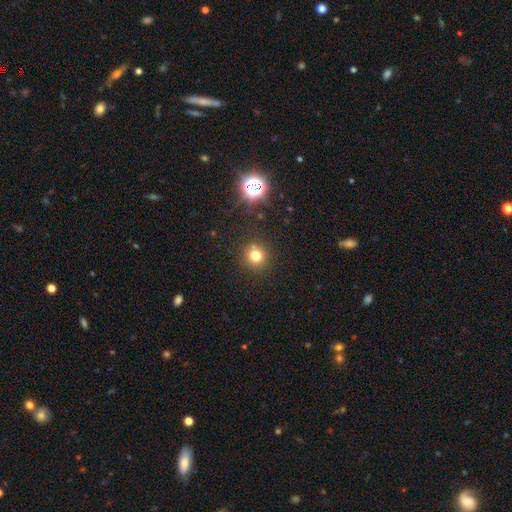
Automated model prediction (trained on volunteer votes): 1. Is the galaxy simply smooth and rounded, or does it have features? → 73% smooth, 19% star or artifact, 8% featured or disk.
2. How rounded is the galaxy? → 93% round, 6% in between, 1% cigar-shaped.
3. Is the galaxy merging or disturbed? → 82% none, 8% minor disturbance, 7% merger, 3% major disturbance.